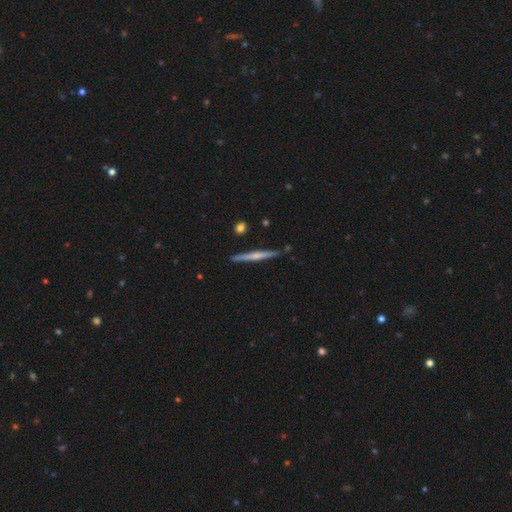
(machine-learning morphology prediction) featured or disk 58%, smooth 36%, star or artifact 6%. Down the decision tree: edge-on disk — yes (98%); edge-on bulge — rounded (50%); merging — none (88%).